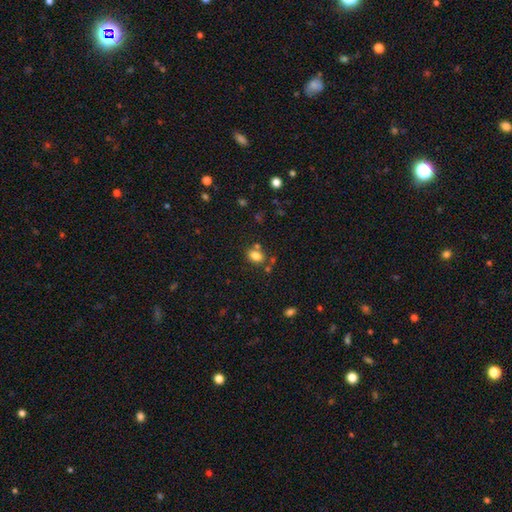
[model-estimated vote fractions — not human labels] The model was most divided on "how rounded": in between: 73%, round: 26%, cigar-shaped: 1%. More confident: smooth or featured — smooth (80%); merging — none (65%).